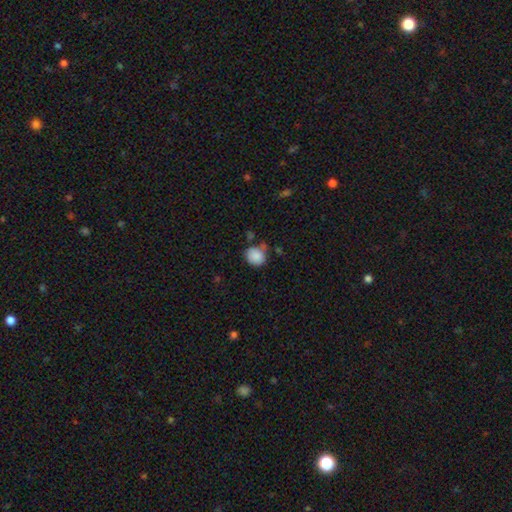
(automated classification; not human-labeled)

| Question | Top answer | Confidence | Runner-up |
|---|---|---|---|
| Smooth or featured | smooth | 86% | star or artifact (8%) |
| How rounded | round | 81% | in between (18%) |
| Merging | none | 64% | minor disturbance (22%) |